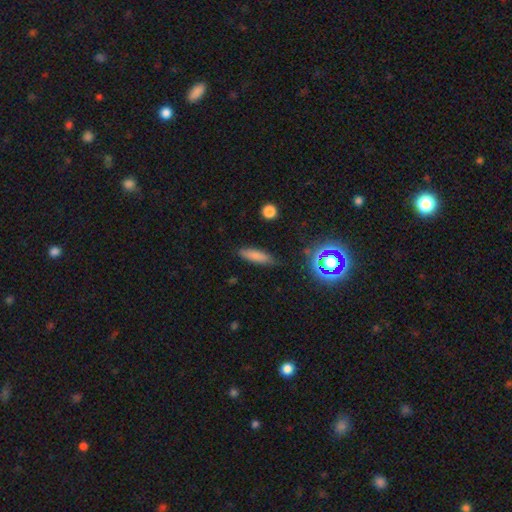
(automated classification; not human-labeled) Smooth or featured? smooth (76%)
How rounded? cigar-shaped (59%)
Merging? none (79%)